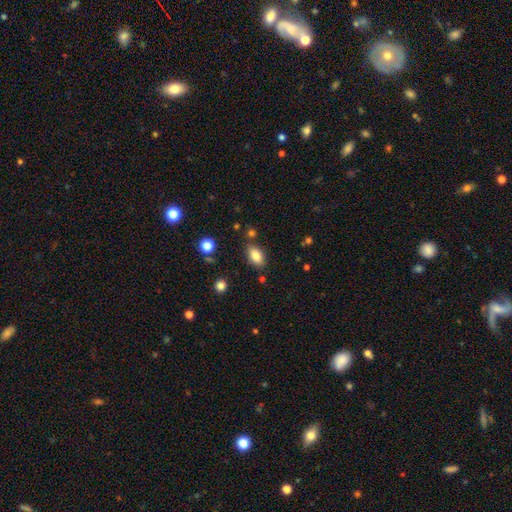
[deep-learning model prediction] A smooth galaxy with no disk features (83%) that is in between round and cigar-shaped (89%). Merging: none (79%).